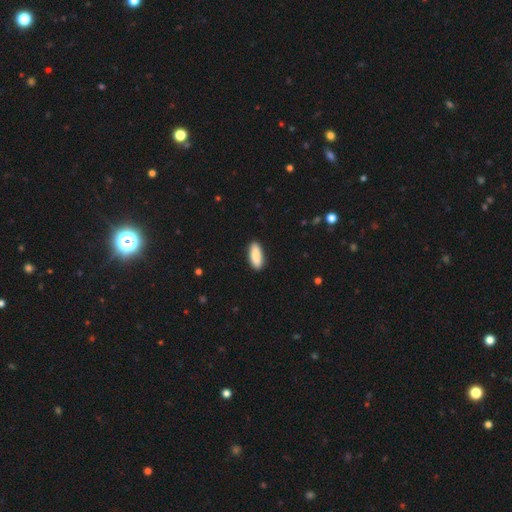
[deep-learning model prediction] Overall: smooth (89%). How rounded: in between (72%). Merging: none (89%).